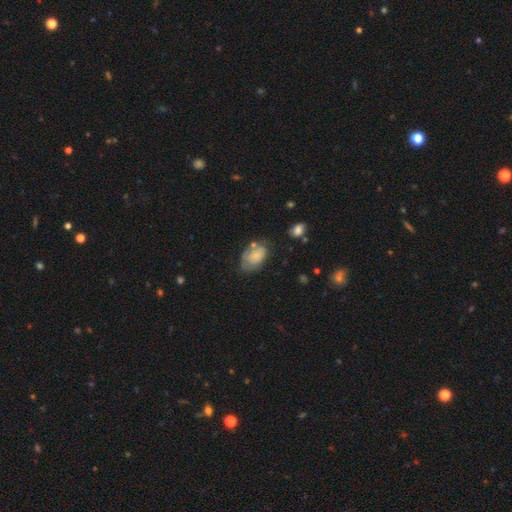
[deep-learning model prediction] smooth 60%, featured or disk 32%, star or artifact 8%. Down the decision tree: how rounded — in between (87%); merging — none (48%).